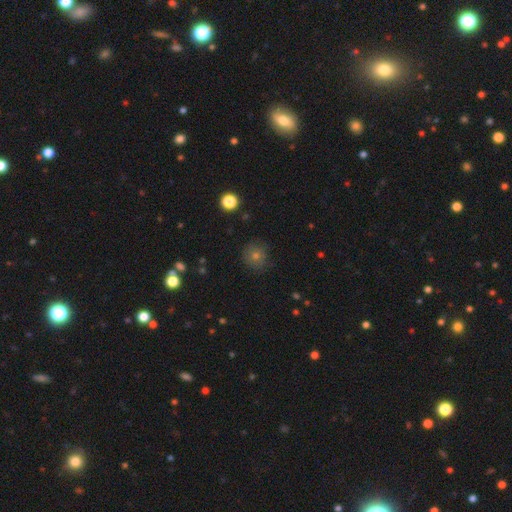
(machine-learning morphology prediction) A smooth galaxy with no disk features (66%) that is round (93%). Merging: none (86%).